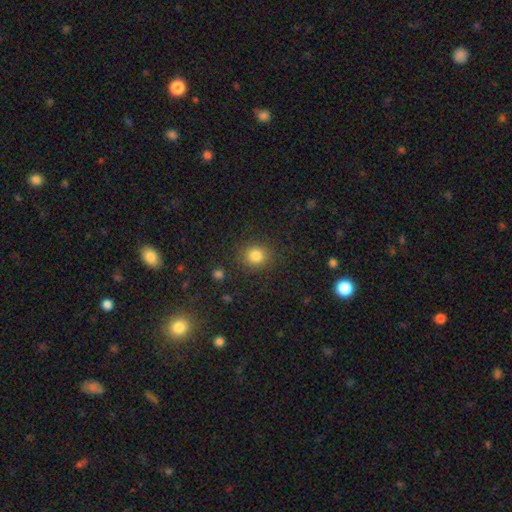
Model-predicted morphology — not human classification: smooth_or_featured: smooth (p=0.83) [alt: star or artifact p=0.12]
how_rounded: round (p=0.82) [alt: in between p=0.17]
merging: none (p=0.86) [alt: minor disturbance p=0.09]